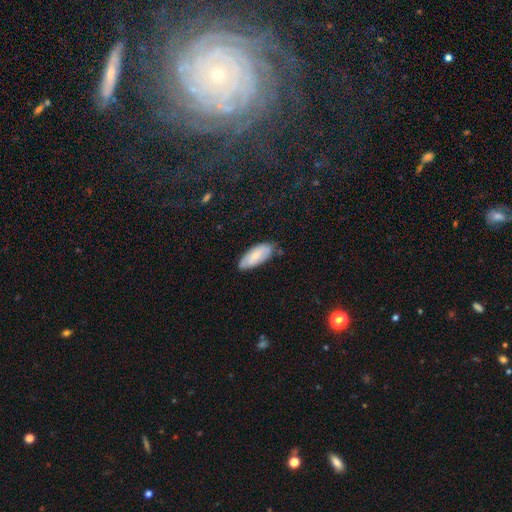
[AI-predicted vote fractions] Overall: smooth (68%). How rounded: in between (82%). Merging: none (72%).